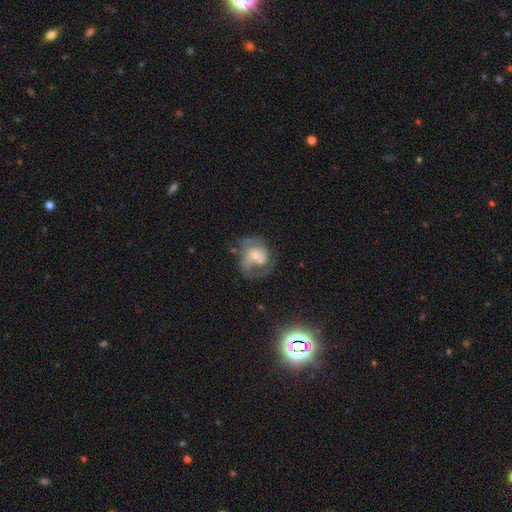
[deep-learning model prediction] Smooth or featured: featured or disk — 58% (smooth — 34%)
Edge-on disk: no — 97% (yes — 3%)
Bar: no — 65% (weak — 29%)
Spiral arms: yes — 66% (no — 34%)
Bulge size: small — 40% (moderate — 39%)
Merging: none — 35% (major disturbance — 33%)